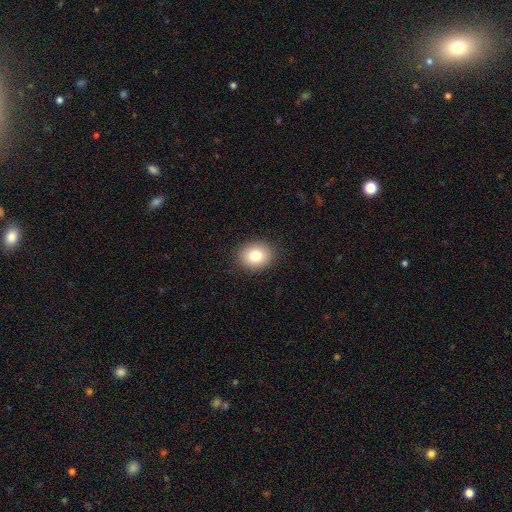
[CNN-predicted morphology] The model was most divided on "how rounded": round: 53%, in between: 46%, cigar-shaped: 1%. More confident: merging — none (89%); smooth or featured — smooth (81%).